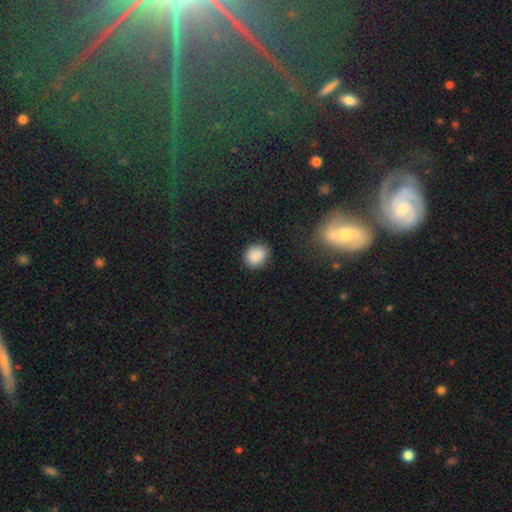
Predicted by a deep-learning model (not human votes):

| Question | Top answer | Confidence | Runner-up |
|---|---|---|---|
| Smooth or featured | smooth | 87% | star or artifact (9%) |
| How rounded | round | 61% | in between (38%) |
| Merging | none | 83% | minor disturbance (12%) |